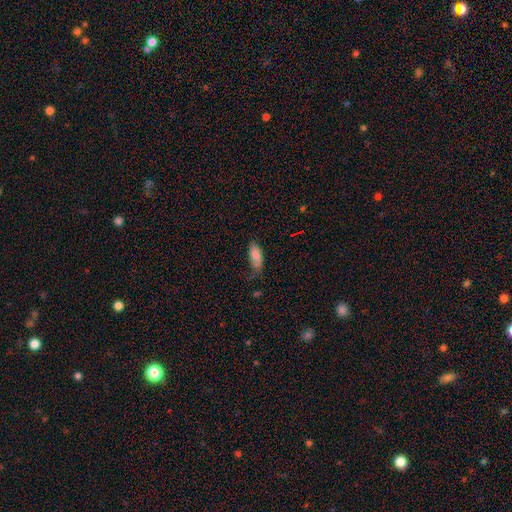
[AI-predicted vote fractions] A smooth galaxy with no disk features (80%) that is in between round and cigar-shaped (84%).

Vote fractions:
- Smooth or featured? smooth: 80% / featured or disk: 12% / star or artifact: 8%
- How rounded? in between: 84% / cigar-shaped: 13% / round: 2%
- Merging? none: 44% / minor disturbance: 36% / major disturbance: 17% / merger: 3%